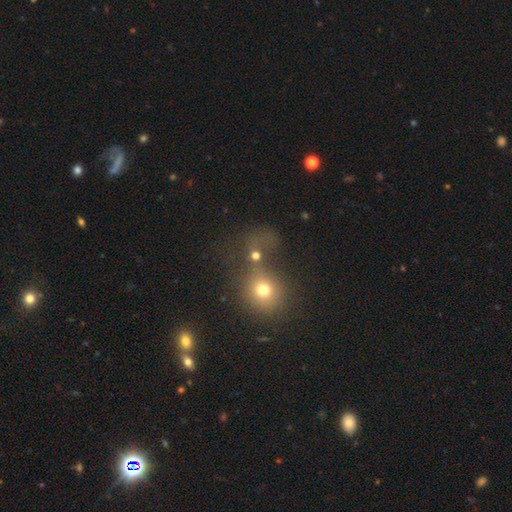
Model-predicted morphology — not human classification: type=smooth (65%); roundness=round (78%); merging=merger (55%).